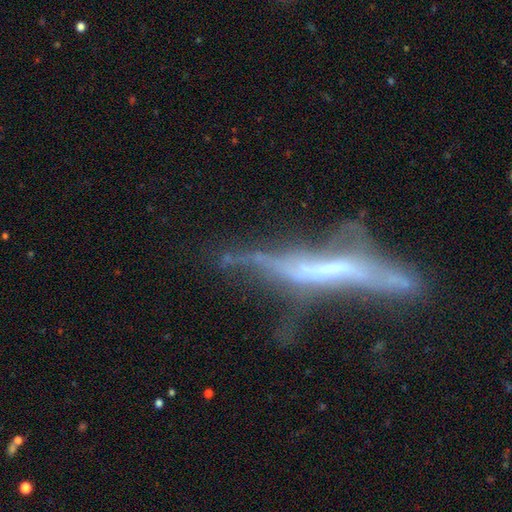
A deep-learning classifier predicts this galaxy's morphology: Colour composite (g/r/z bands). It shows a featured or disk galaxy (72%) viewed edge-on (77%) with no central bulge (60%). Merging: none (38%).